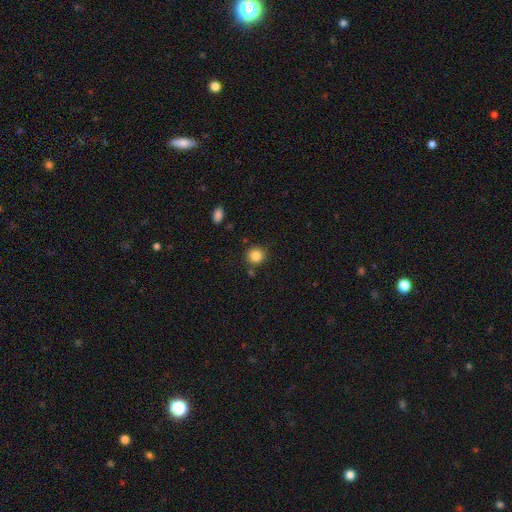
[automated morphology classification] This is clearly a smooth galaxy (85%). How rounded: clearly round (88%). Merging: clearly none (84%).